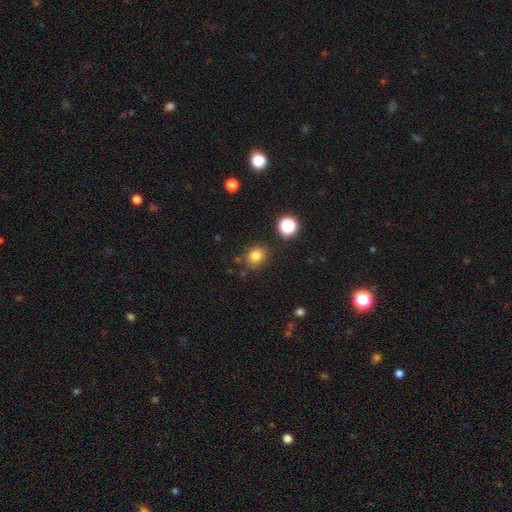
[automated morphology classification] This is clearly a smooth galaxy (80%). How rounded: likely round (73%). Merging: likely none (80%).